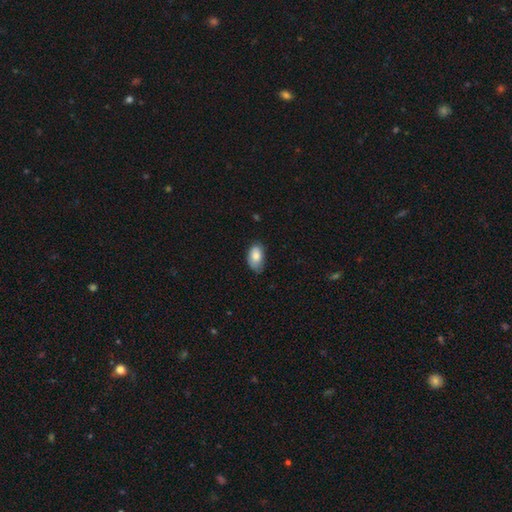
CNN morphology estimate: smooth-or-featured: smooth: 83% | featured or disk: 10% | star or artifact: 7%
  how-rounded: in between: 93% | round: 6% | cigar-shaped: 2%
  merging: none: 67% | minor disturbance: 28% | major disturbance: 4% | merger: 1%